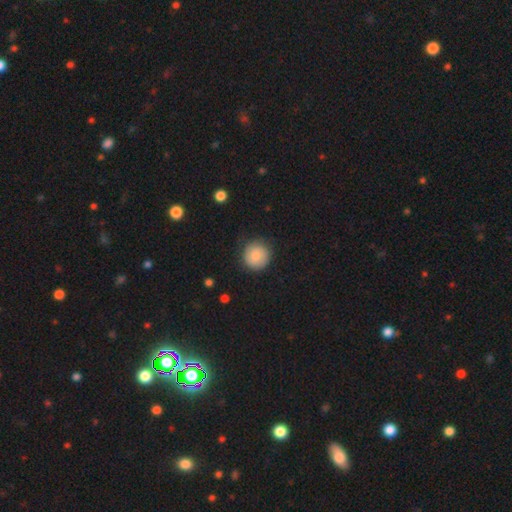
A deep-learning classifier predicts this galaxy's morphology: smooth-or-featured: smooth: 78% | featured or disk: 15% | star or artifact: 7%
  how-rounded: round: 93% | in between: 6% | cigar-shaped: 1%
  merging: none: 82% | minor disturbance: 13% | major disturbance: 4% | merger: 1%